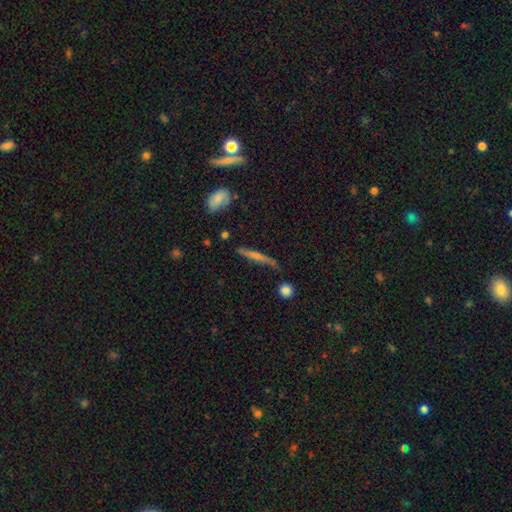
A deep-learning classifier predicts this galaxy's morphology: smooth-or-featured: featured or disk: 55% | smooth: 36% | star or artifact: 9%
  disk-edge-on: yes: 93% | no: 7%
    edge-on-bulge: rounded: 56% | none: 32% | boxy: 11%
  merging: none: 73% | minor disturbance: 18% | major disturbance: 5% | merger: 4%